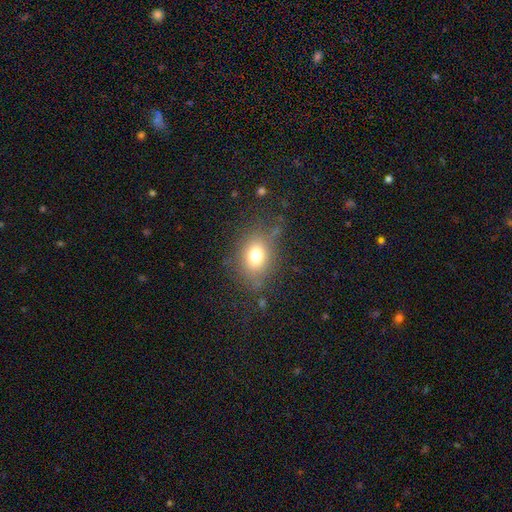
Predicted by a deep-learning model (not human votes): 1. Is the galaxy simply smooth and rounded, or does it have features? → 74% smooth, 14% featured or disk, 13% star or artifact.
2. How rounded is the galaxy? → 62% in between, 36% round, 2% cigar-shaped.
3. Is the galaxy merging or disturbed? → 71% none, 18% minor disturbance, 9% major disturbance, 2% merger.